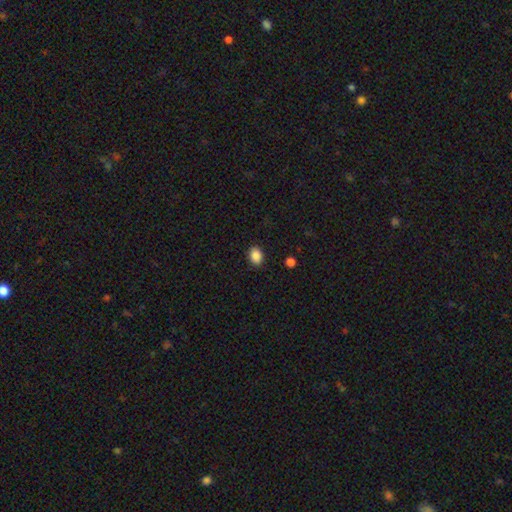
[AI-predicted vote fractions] Smooth or featured? Predicted: smooth (p=0.88). How rounded? Predicted: in between (p=0.65). Merging? Predicted: none (p=0.89).